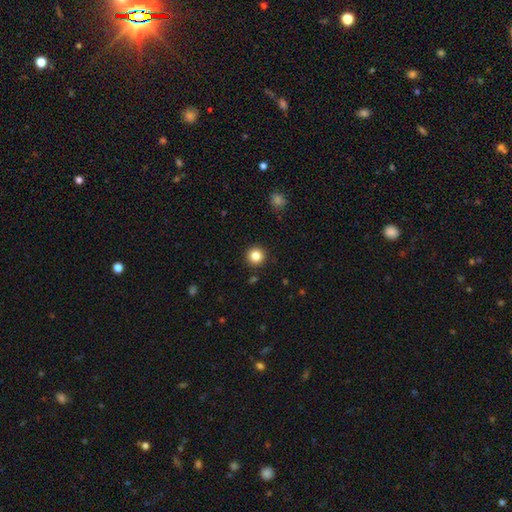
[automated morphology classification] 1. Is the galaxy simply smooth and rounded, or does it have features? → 84% smooth, 11% star or artifact, 5% featured or disk.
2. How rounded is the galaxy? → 95% round, 4% in between, 1% cigar-shaped.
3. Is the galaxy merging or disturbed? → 92% none, 5% minor disturbance, 2% major disturbance, 1% merger.